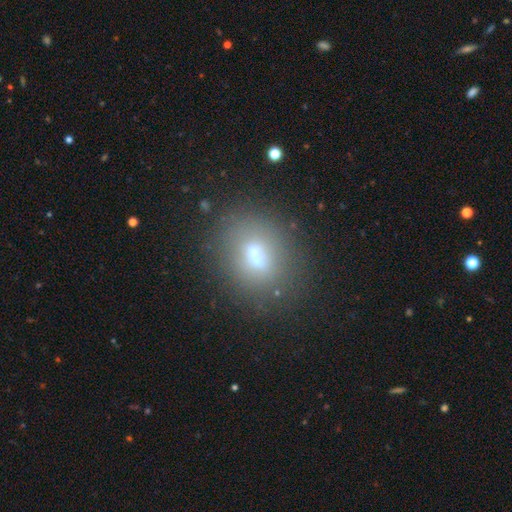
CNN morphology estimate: A smooth galaxy with no disk features (57%) that is round (64%). Merging: none (56%).